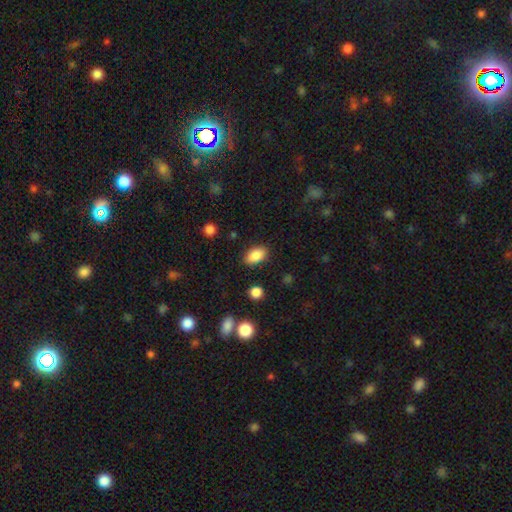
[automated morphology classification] Smooth or featured? smooth (87%)
How rounded? in between (91%)
Merging? none (86%)